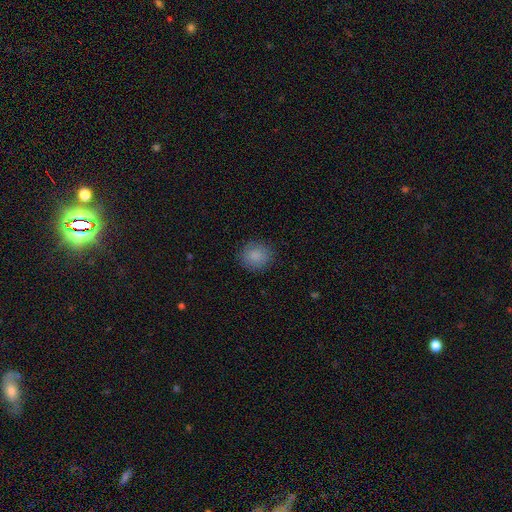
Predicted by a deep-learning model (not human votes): Smooth or featured: smooth — 86% (star or artifact — 9%)
How rounded: round — 83% (in between — 16%)
Merging: none — 87% (minor disturbance — 9%)